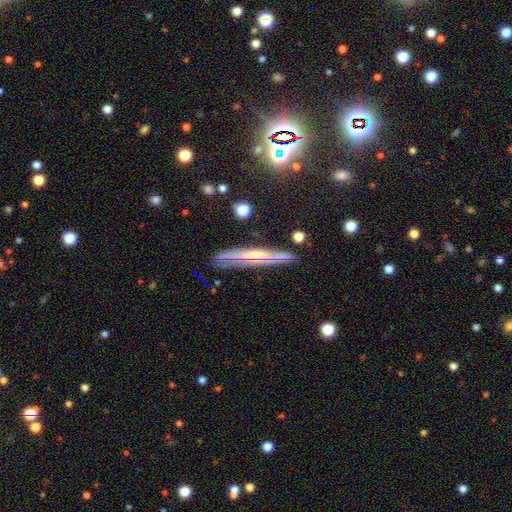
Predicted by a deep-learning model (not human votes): This appears to be a featured or disk galaxy (68%) viewed edge-on (85%) with a rounded central bulge (71%). Merging: none (76%).